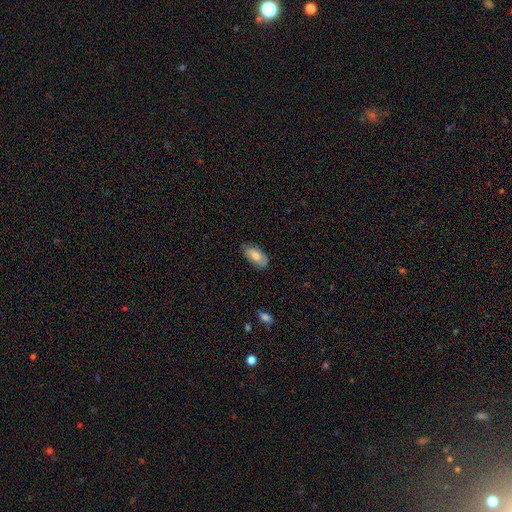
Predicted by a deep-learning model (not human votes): Smooth or featured? smooth (75%)
How rounded? in between (91%)
Merging? none (74%)